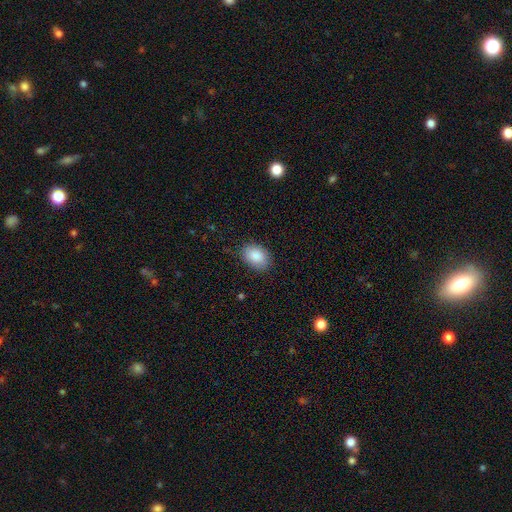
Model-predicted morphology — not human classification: Smooth or featured? smooth (88%)
How rounded? in between (81%)
Merging? none (83%)